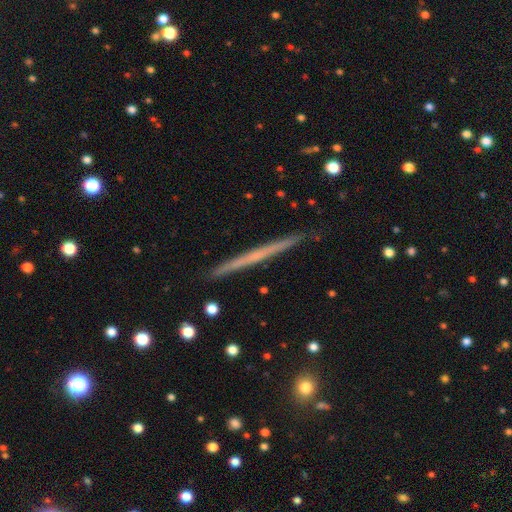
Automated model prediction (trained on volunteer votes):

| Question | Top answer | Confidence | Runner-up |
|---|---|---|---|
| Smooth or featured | featured or disk | 59% | smooth (35%) |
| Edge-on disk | yes | 98% | no (2%) |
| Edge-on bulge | none | 89% | rounded (8%) |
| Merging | none | 91% | minor disturbance (7%) |